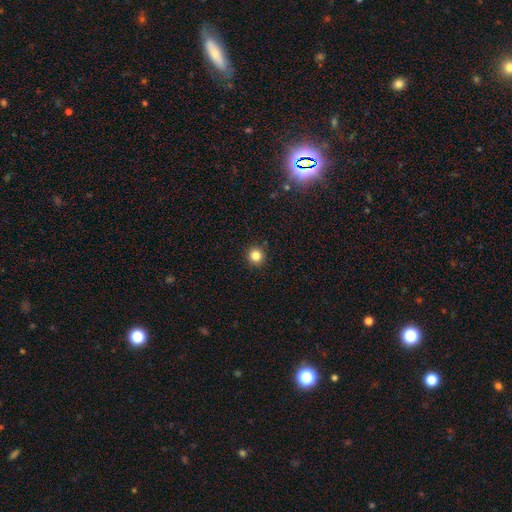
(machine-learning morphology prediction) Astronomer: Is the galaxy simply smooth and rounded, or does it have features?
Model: smooth — 84%.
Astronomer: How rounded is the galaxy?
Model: round — 94%.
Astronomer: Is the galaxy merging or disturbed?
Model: none — 92%.